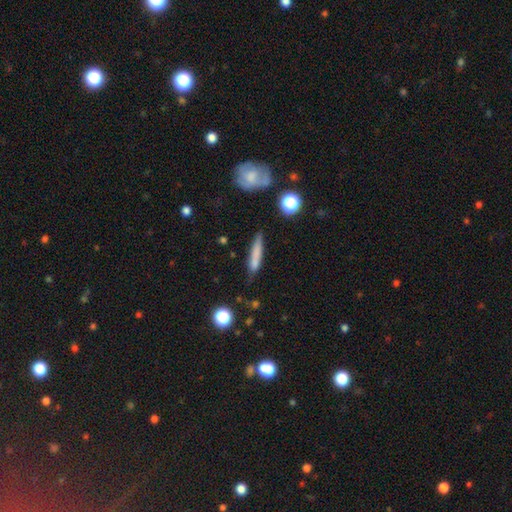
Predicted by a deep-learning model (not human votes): The model was most divided on "smooth or featured": smooth: 71%, featured or disk: 21%, star or artifact: 8%. More confident: how rounded — cigar-shaped (88%); merging — none (74%).